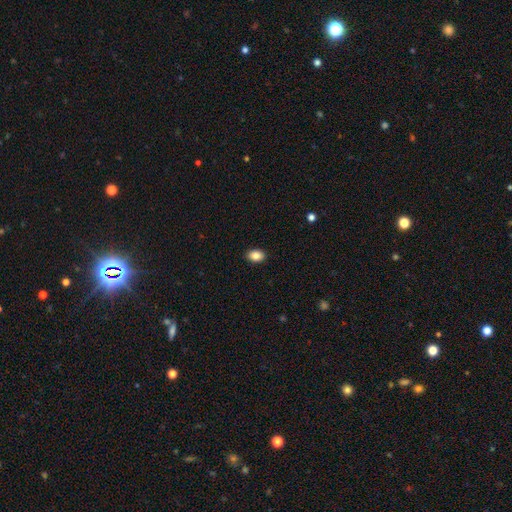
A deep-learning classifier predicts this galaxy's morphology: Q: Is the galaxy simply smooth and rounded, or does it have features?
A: smooth — 86%.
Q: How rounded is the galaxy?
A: in between — 78%.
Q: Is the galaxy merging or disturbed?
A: none — 91%.